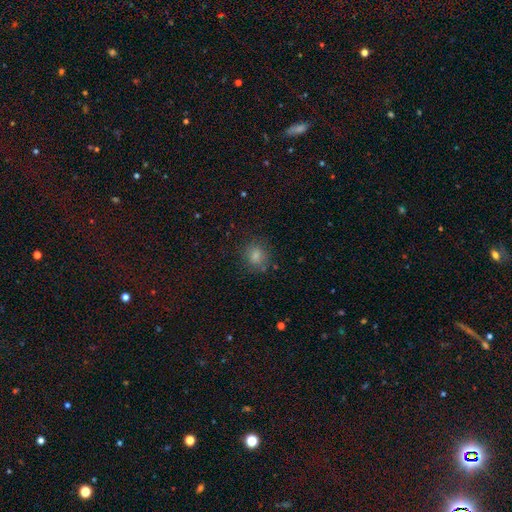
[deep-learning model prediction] This is clearly a smooth galaxy (81%). How rounded: likely round (74%). Merging: likely none (79%).